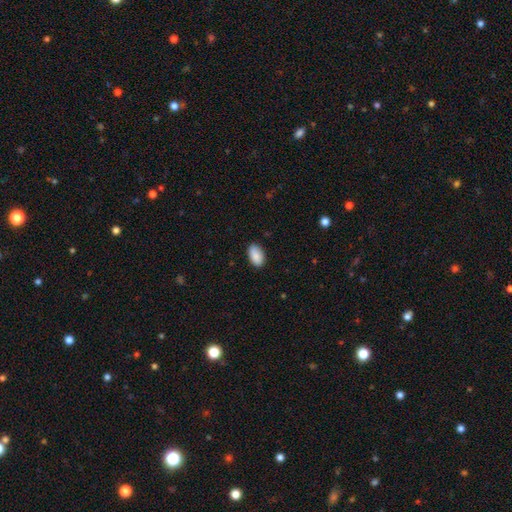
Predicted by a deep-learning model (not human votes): Overall: smooth (90%). How rounded: in between (94%). Merging: none (87%).